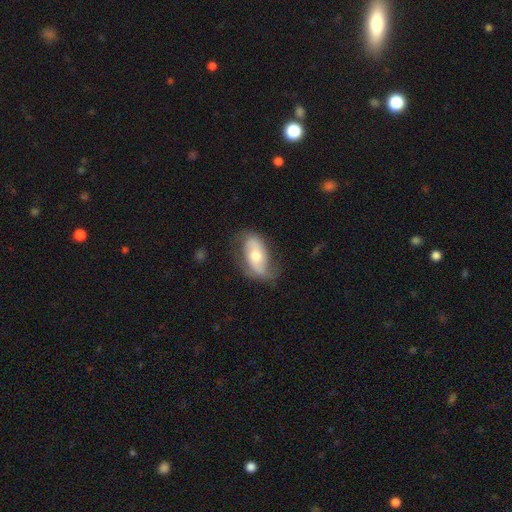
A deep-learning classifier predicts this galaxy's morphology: A featured or disk galaxy (60%) with no bar (51%), spiral arms (75%) and a moderate central bulge (66%). Merging: none (63%).